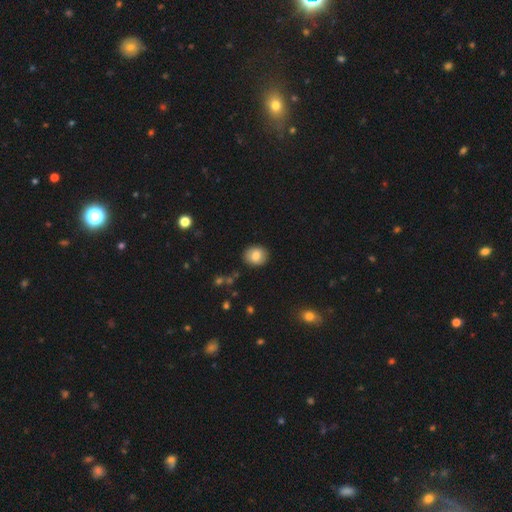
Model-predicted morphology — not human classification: A smooth galaxy with no disk features (81%) that is round (71%). Merging: none (89%).